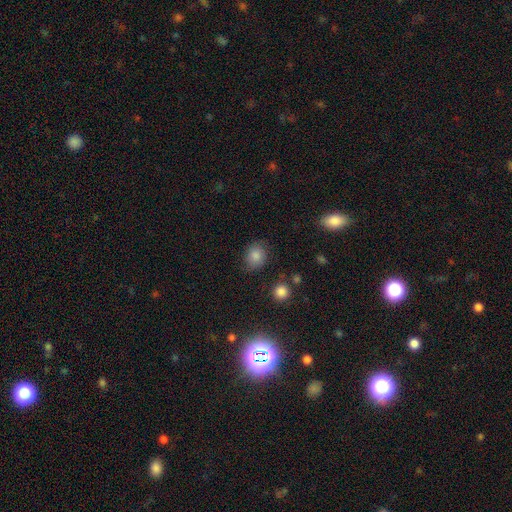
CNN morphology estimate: Q: Smooth or featured?
A: smooth (84%); runner-up: star or artifact (10%)
Q: How rounded?
A: round (61%); runner-up: in between (38%)
Q: Merging?
A: none (78%); runner-up: minor disturbance (16%)